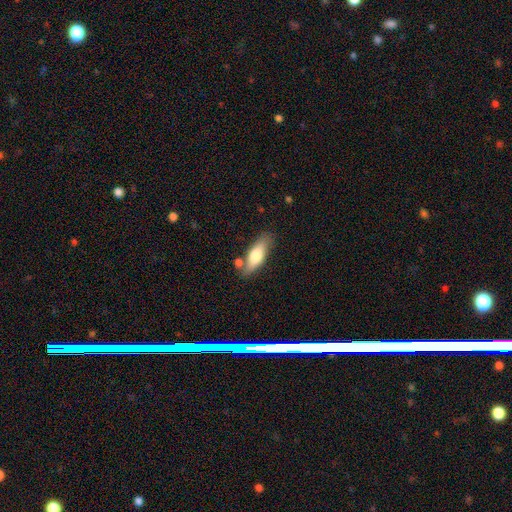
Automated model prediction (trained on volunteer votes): Q: Smooth or featured?
A: smooth (67%); runner-up: featured or disk (27%)
Q: How rounded?
A: in between (61%); runner-up: cigar-shaped (36%)
Q: Merging?
A: none (72%); runner-up: minor disturbance (15%)